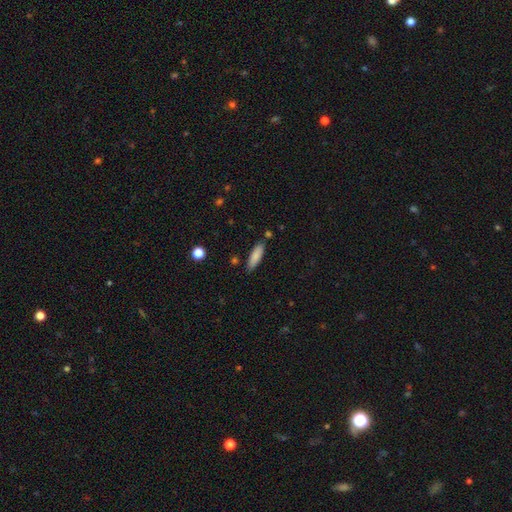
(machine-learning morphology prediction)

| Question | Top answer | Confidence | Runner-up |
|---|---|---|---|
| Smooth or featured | smooth | 84% | featured or disk (9%) |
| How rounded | cigar-shaped | 58% | in between (41%) |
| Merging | none | 83% | minor disturbance (11%) |